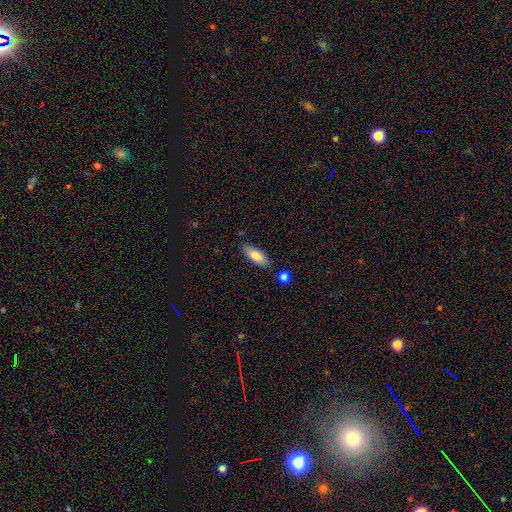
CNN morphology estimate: Smooth or featured? smooth (81%)
How rounded? in between (73%)
Merging? none (80%)